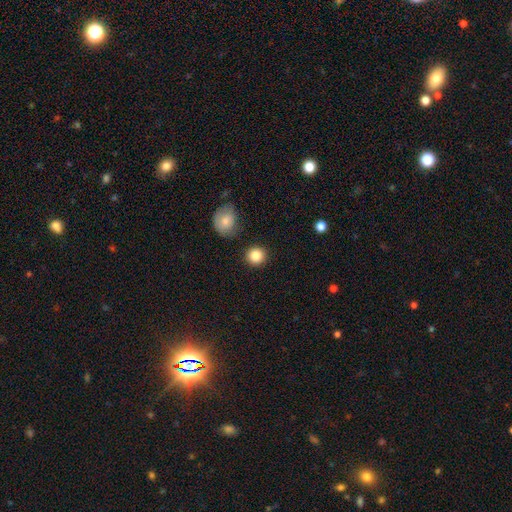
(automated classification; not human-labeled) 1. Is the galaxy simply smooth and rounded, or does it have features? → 86% smooth, 9% star or artifact, 5% featured or disk.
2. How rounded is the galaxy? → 91% round, 8% in between, 1% cigar-shaped.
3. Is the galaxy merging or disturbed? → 87% none, 7% minor disturbance, 3% merger, 2% major disturbance.